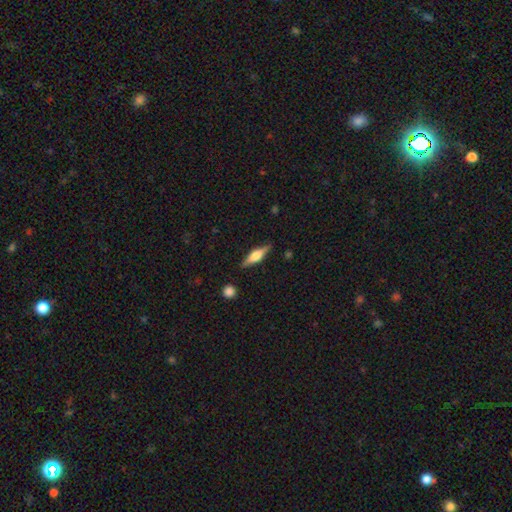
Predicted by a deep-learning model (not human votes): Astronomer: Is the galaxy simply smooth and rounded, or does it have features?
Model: featured or disk — 62%.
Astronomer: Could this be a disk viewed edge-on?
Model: yes — 96%.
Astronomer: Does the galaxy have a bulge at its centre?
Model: rounded — 82%.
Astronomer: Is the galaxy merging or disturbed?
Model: none — 86%.